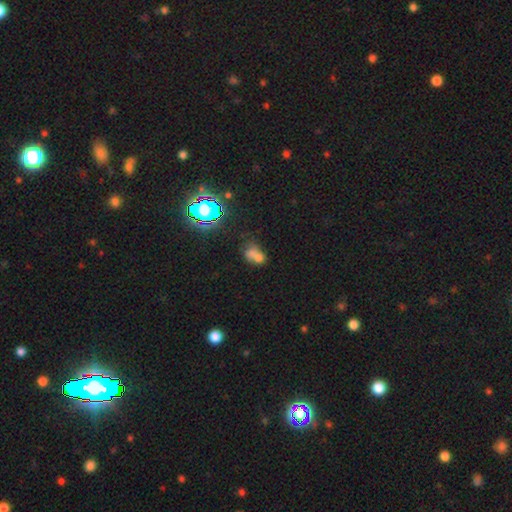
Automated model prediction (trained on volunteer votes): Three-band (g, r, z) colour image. It shows a smooth galaxy with no disk features (58%) that is in between round and cigar-shaped (56%). Merging: merger (56%).